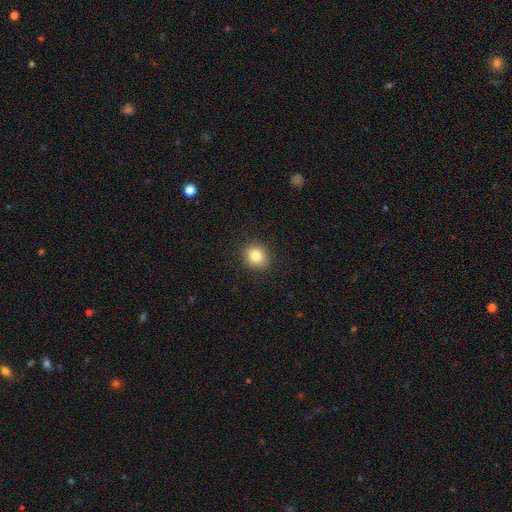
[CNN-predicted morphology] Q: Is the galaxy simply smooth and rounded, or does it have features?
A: smooth — 82%.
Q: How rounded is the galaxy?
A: round — 80%.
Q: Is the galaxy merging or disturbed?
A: none — 90%.